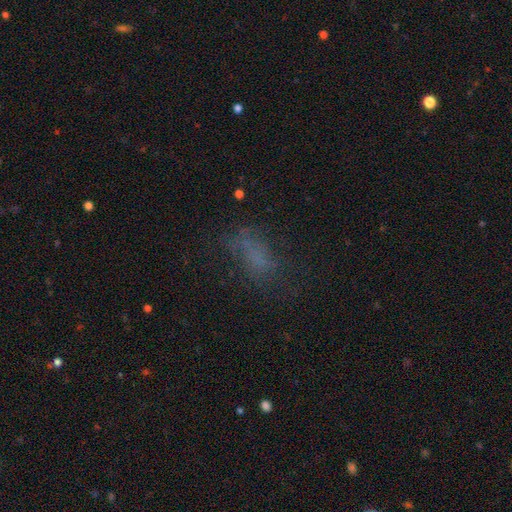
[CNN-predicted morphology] smooth 54%, star or artifact 23%, featured or disk 23%. Down the decision tree: how rounded — in between (79%); merging — none (51%).